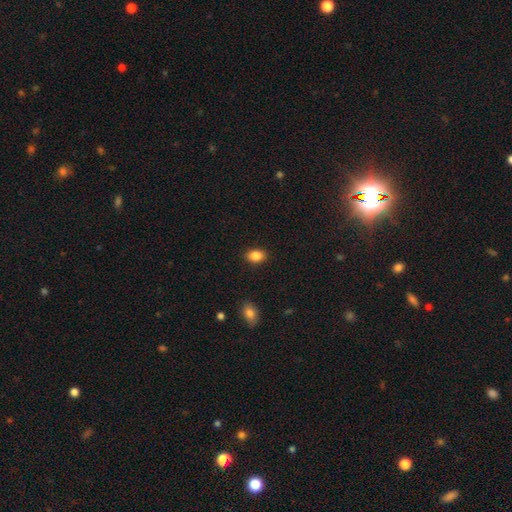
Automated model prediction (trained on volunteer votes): This is clearly a smooth galaxy (86%). How rounded: likely in between (79%). Merging: clearly none (88%).